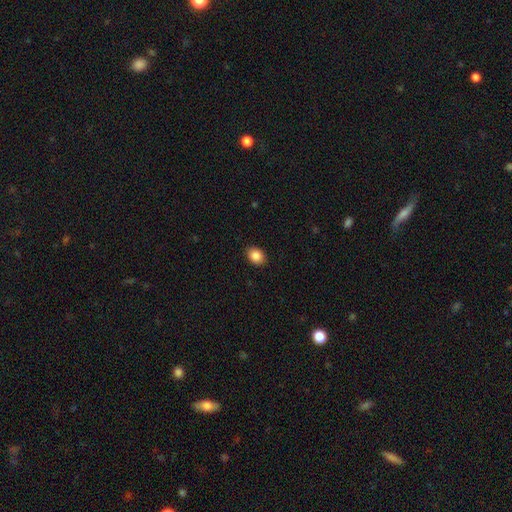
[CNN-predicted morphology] type=smooth (87%); roundness=in between (60%); merging=none (89%).